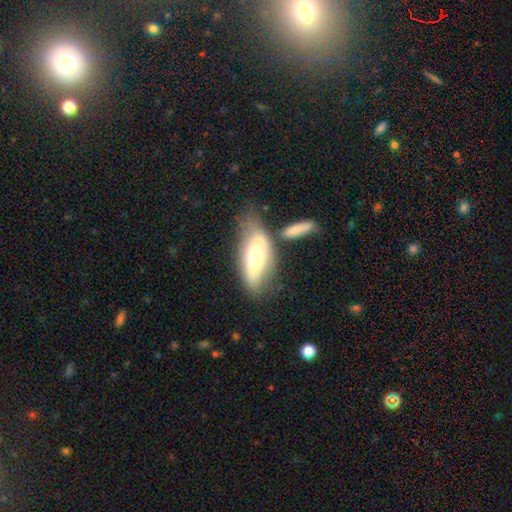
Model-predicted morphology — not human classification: Smooth or featured: smooth — 59% (featured or disk — 35%)
How rounded: in between — 76% (cigar-shaped — 22%)
Merging: none — 47% (minor disturbance — 23%)